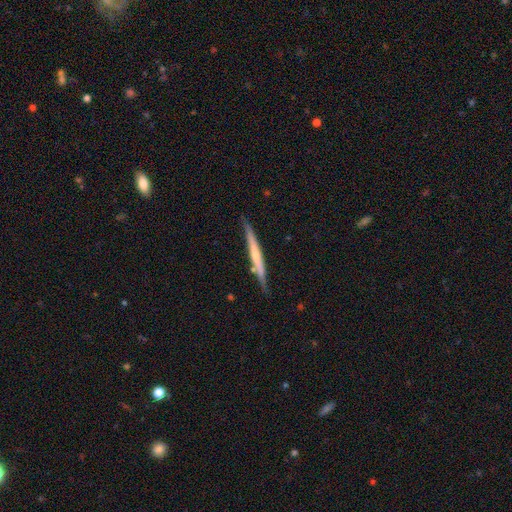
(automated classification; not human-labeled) Smooth or featured? Predicted: featured or disk (p=0.59). Edge-on disk? Predicted: yes (p=0.96). Edge-on bulge? Predicted: none (p=0.54). Merging? Predicted: none (p=0.80).